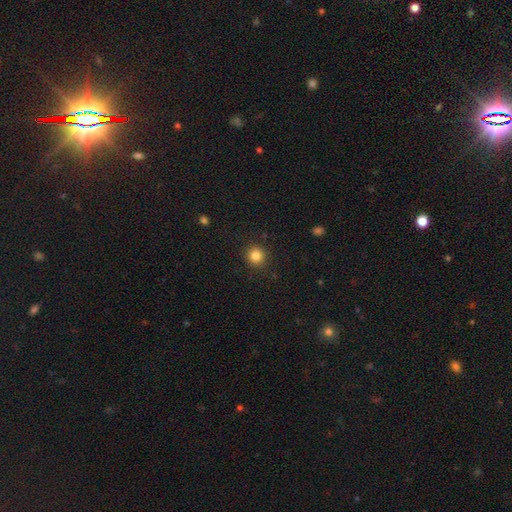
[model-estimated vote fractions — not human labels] Overall: smooth (84%). How rounded: round (93%). Merging: none (91%).